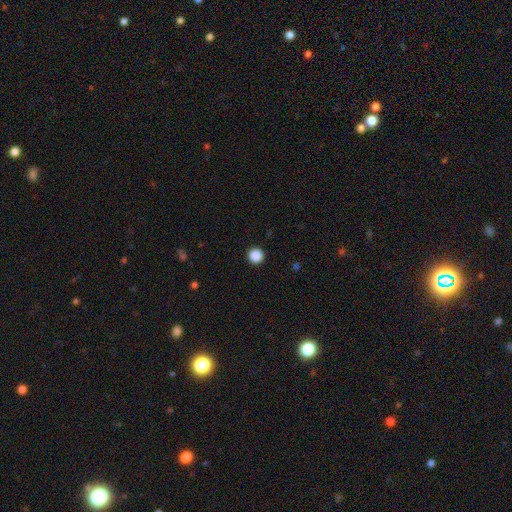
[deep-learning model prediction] Morphology: type=smooth (88%); roundness=round (96%); merging=none (94%).